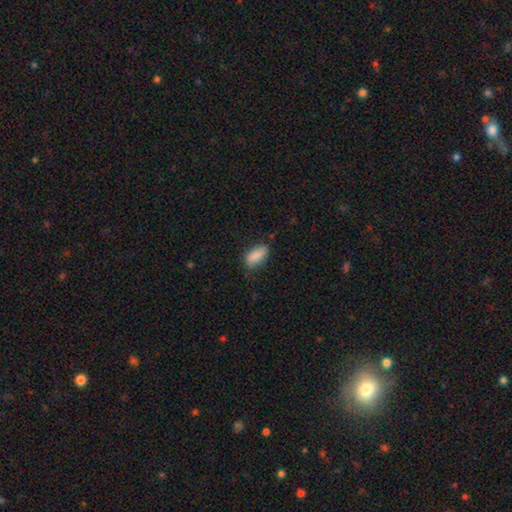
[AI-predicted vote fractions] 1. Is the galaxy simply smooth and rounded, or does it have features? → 84% smooth, 9% featured or disk, 7% star or artifact.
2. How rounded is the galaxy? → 87% in between, 10% cigar-shaped, 3% round.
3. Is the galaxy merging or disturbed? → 74% none, 21% minor disturbance, 4% major disturbance, 1% merger.